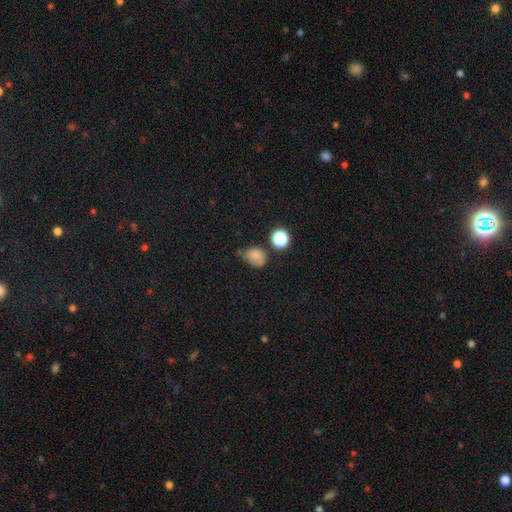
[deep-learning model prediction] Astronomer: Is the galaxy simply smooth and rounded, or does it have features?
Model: smooth — 78%.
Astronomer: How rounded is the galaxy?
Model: in between — 58% (runner-up: round, 41%).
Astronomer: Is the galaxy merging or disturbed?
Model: none — 50% (runner-up: minor disturbance, 34%).